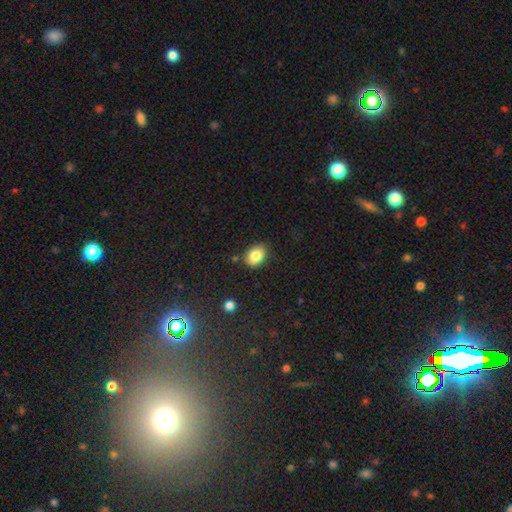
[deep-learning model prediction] The model was most divided on "how rounded": in between: 75%, round: 24%, cigar-shaped: 1%. More confident: smooth or featured — smooth (84%); merging — none (79%).